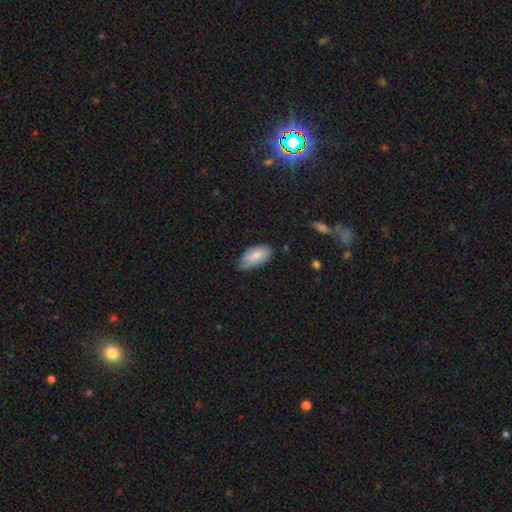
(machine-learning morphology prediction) A smooth galaxy with no disk features (78%) that is in between round and cigar-shaped (93%).

Vote fractions:
- Smooth or featured? smooth: 78% / featured or disk: 16% / star or artifact: 6%
- How rounded? in between: 93% / cigar-shaped: 4% / round: 3%
- Merging? none: 58% / minor disturbance: 35% / major disturbance: 6% / merger: 2%